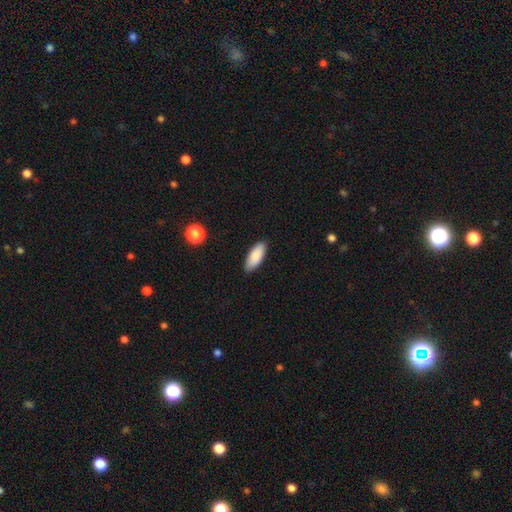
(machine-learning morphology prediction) A smooth galaxy with no disk features (87%) that is in between round and cigar-shaped (82%).

Vote fractions:
- Smooth or featured? smooth: 87% / featured or disk: 7% / star or artifact: 6%
- How rounded? in between: 82% / cigar-shaped: 16% / round: 2%
- Merging? none: 87% / minor disturbance: 10% / major disturbance: 2% / merger: 1%